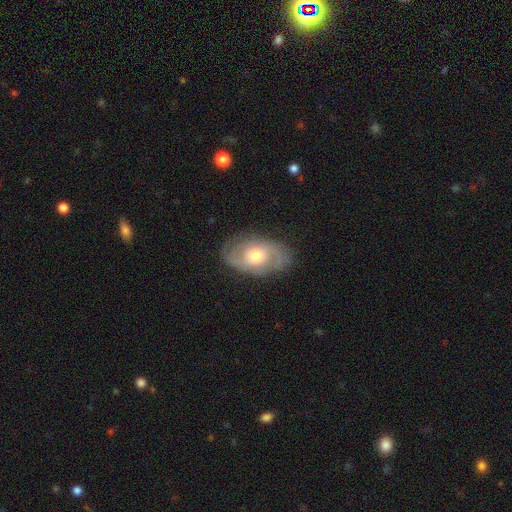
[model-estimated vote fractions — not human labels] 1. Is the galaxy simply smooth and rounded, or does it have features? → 76% featured or disk, 18% smooth, 6% star or artifact.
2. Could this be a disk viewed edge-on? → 94% no, 6% yes.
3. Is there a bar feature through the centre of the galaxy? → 70% no, 25% weak, 5% strong.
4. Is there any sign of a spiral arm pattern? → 88% yes, 12% no.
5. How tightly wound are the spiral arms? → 43% medium, 41% tight, 16% loose.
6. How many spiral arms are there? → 74% 2, 14% can't tell, 5% 3, 3% 1, 2% 4, 2% more than 4.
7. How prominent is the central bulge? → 67% moderate, 24% small, 7% large, 1% none, 1% dominant.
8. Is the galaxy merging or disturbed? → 79% none, 14% minor disturbance, 5% major disturbance, 1% merger.